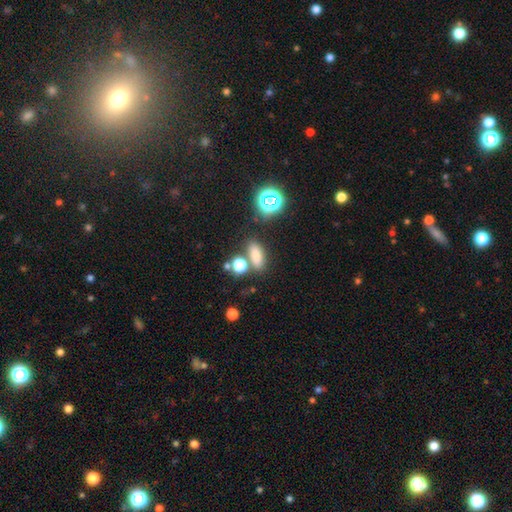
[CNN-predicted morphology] Q: Smooth or featured?
A: smooth (76%); runner-up: star or artifact (17%)
Q: How rounded?
A: in between (67%); runner-up: cigar-shaped (20%)
Q: Merging?
A: none (72%); runner-up: merger (13%)